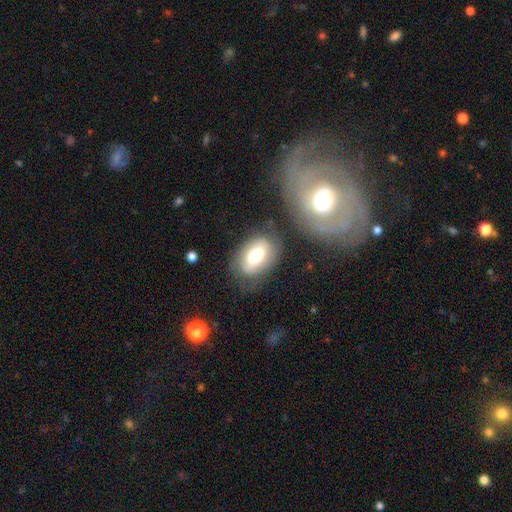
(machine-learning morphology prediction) This appears to be a smooth galaxy with no disk features (63%) that is in between round and cigar-shaped (88%). Merging: none (66%).